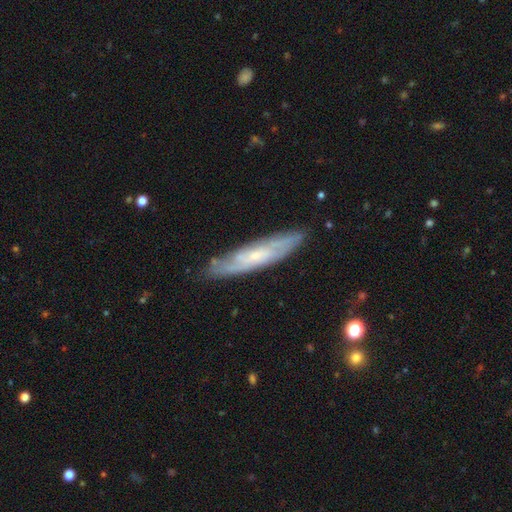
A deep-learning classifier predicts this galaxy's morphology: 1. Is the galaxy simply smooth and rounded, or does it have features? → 68% featured or disk, 26% smooth, 6% star or artifact.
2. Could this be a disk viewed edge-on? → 54% no, 46% yes.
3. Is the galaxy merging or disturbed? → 81% none, 15% minor disturbance, 3% major disturbance, 2% merger.